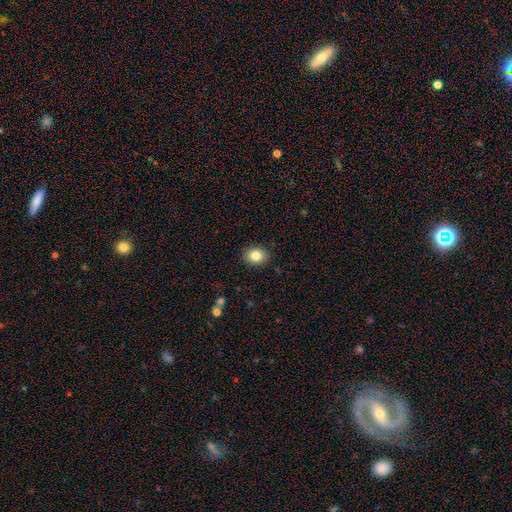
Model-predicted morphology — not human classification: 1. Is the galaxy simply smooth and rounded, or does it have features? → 84% smooth, 9% star or artifact, 7% featured or disk.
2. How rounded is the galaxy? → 51% round, 48% in between, 1% cigar-shaped.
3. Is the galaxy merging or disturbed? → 89% none, 8% minor disturbance, 2% major disturbance, 1% merger.